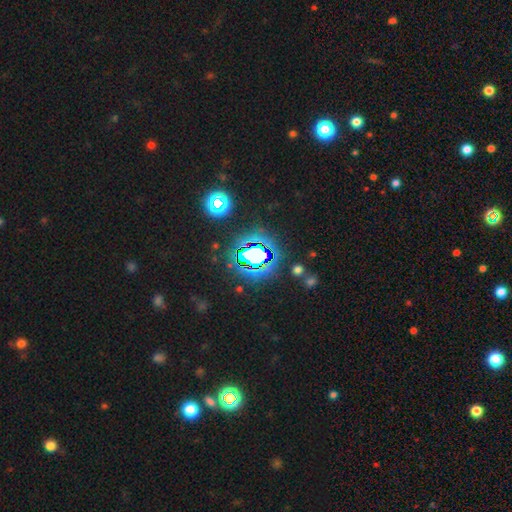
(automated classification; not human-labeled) Smooth or featured?
  - star or artifact: 72% *
  - smooth: 17%
  - featured or disk: 11%